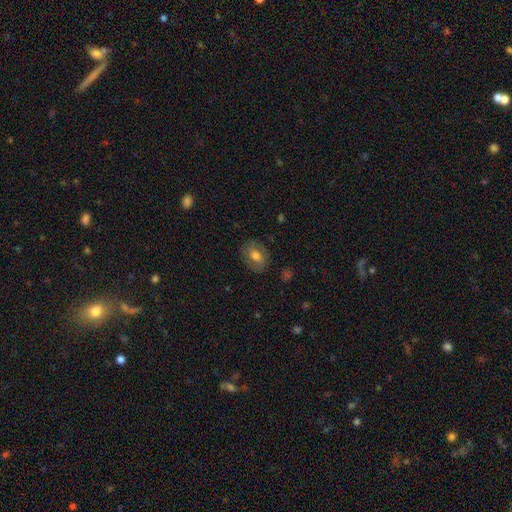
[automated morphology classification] Smooth or featured? Predicted: smooth (p=0.67). How rounded? Predicted: in between (p=0.62). Merging? Predicted: none (p=0.82).